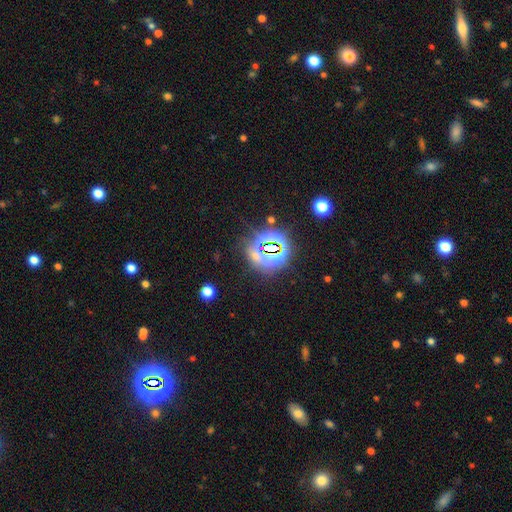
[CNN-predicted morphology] This is likely a star or artifact rather than a galaxy (73%).